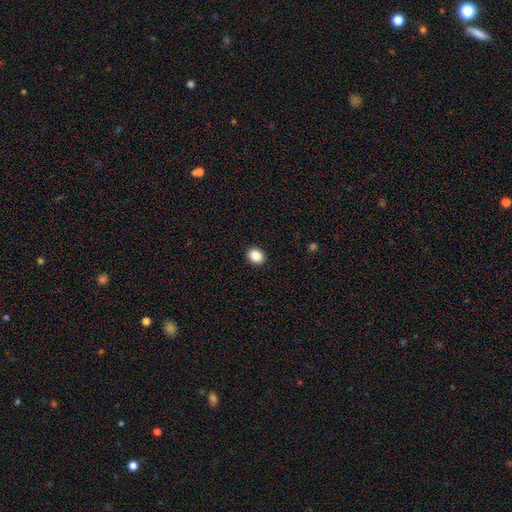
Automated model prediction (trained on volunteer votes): This is clearly a smooth galaxy (88%). How rounded: possibly round (56%). Merging: clearly none (92%).